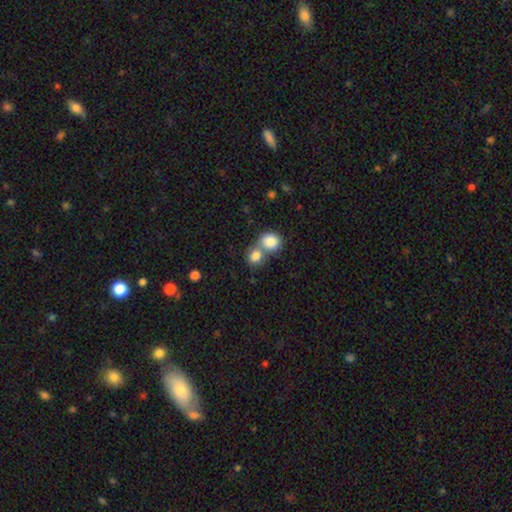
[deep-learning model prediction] A smooth galaxy with no disk features (84%) that is round (77%). Merging: merger (57%).